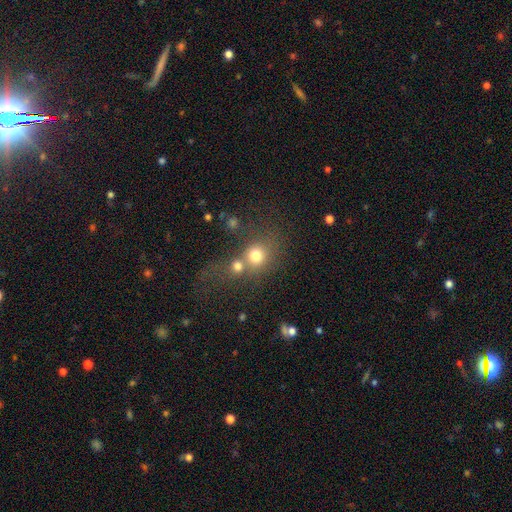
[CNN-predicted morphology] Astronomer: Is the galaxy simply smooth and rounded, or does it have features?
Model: smooth — 73%.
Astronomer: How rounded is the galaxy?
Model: round — 79%.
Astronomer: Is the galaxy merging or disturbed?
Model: merger — 49% (runner-up: none, 35%).